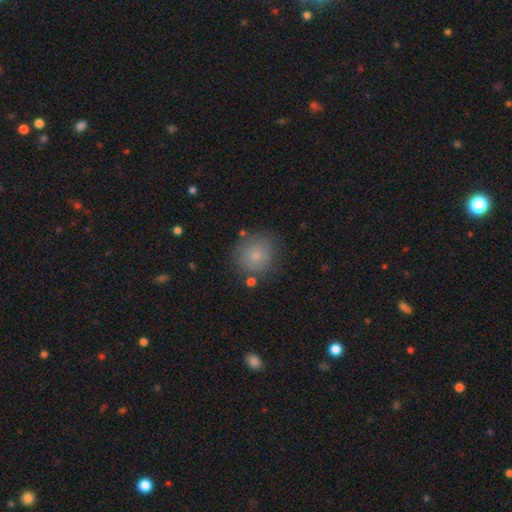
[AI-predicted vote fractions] A smooth galaxy with no disk features (78%) that is round (88%).

Vote fractions:
- Smooth or featured? smooth: 78% / featured or disk: 13% / star or artifact: 10%
- How rounded? round: 88% / in between: 11% / cigar-shaped: 1%
- Merging? none: 77% / minor disturbance: 14% / major disturbance: 5% / merger: 4%